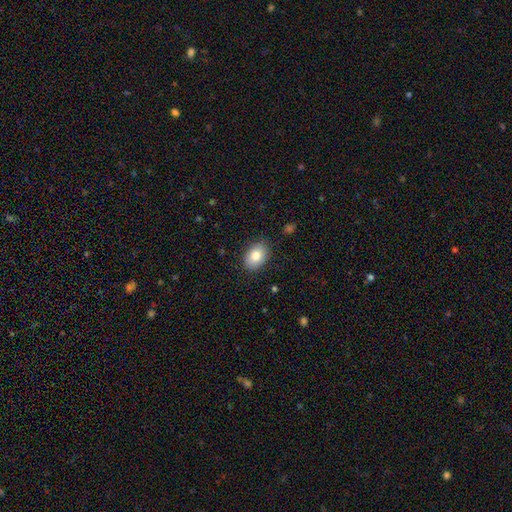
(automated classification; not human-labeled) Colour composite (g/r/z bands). It shows a smooth galaxy with no disk features (84%) that is in between round and cigar-shaped (82%). Merging: none (87%).